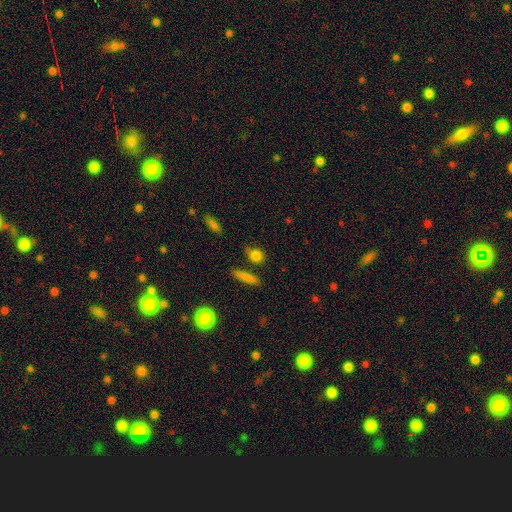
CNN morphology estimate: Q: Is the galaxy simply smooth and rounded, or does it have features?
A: smooth — 82%.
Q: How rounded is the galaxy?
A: round — 63%.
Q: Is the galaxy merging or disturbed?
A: none — 78%.